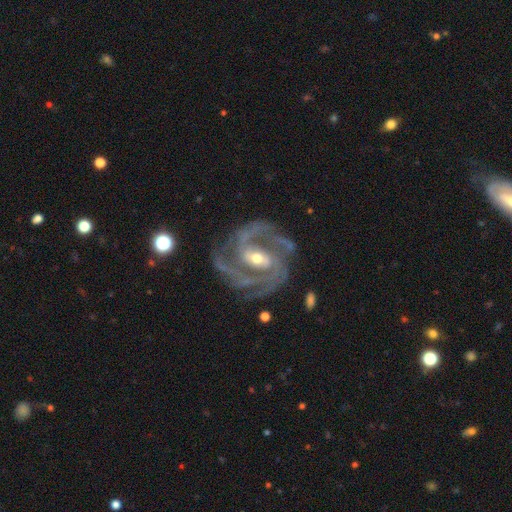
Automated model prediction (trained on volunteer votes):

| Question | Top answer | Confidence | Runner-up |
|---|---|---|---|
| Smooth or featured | featured or disk | 93% | star or artifact (5%) |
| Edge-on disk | no | 97% | yes (3%) |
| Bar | strong | 55% | weak (32%) |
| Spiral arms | yes | 99% | no (1%) |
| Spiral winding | medium | 48% | tight (47%) |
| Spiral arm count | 2 | 53% | 3 (29%) |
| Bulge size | small | 49% | moderate (47%) |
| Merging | none | 77% | minor disturbance (15%) |